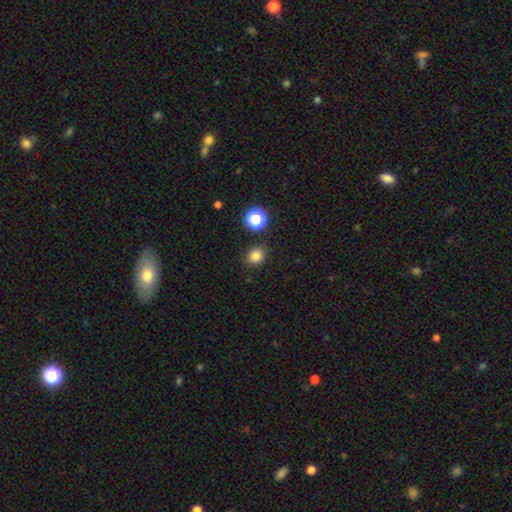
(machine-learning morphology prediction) type=smooth (80%); roundness=round (74%); merging=none (86%).